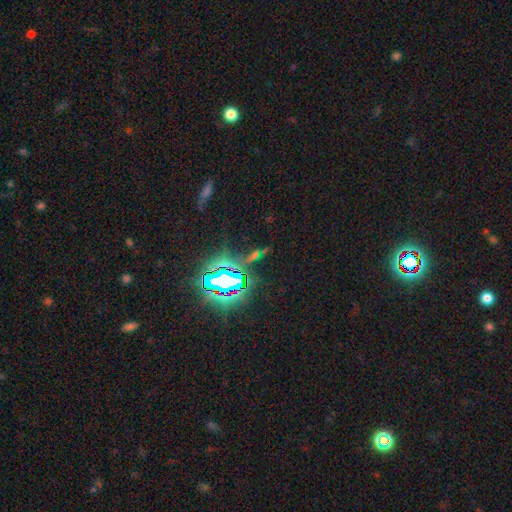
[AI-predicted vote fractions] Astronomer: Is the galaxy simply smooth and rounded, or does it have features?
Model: star or artifact — 67%.